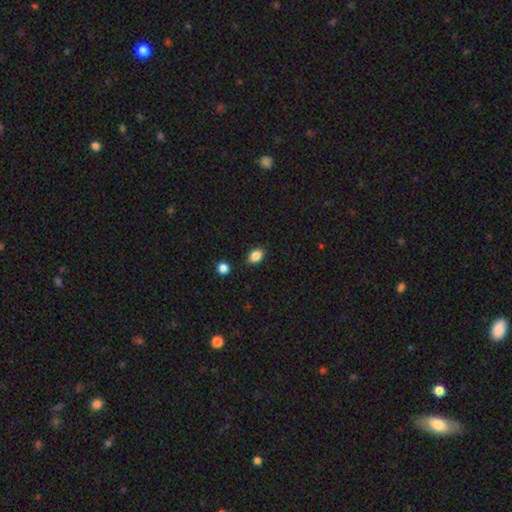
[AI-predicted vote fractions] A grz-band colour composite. It shows a smooth galaxy with no disk features (87%) that is in between round and cigar-shaped (78%). Merging: none (86%).